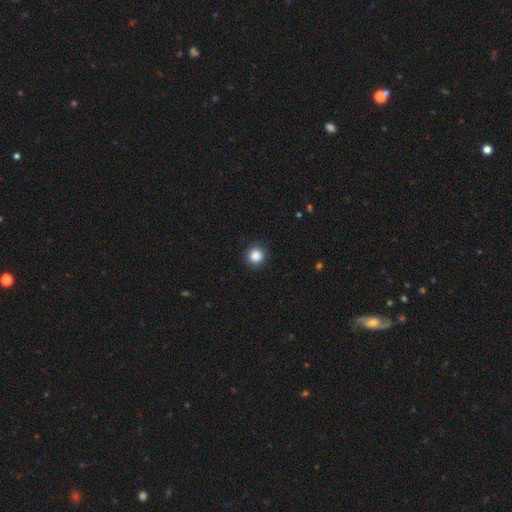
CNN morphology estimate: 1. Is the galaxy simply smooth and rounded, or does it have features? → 87% smooth, 10% star or artifact, 3% featured or disk.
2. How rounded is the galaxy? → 94% round, 5% in between, 1% cigar-shaped.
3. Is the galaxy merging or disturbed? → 90% none, 7% minor disturbance, 2% major disturbance, 1% merger.